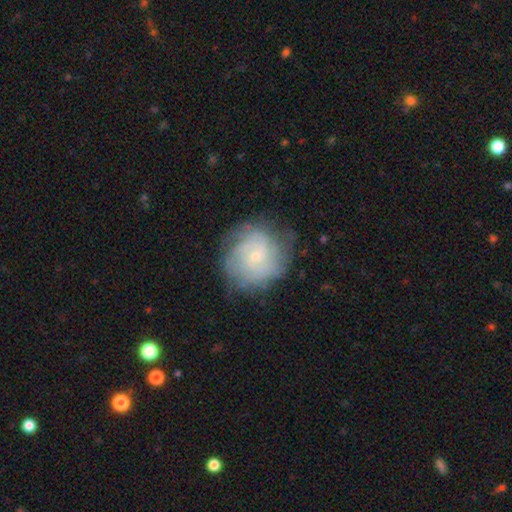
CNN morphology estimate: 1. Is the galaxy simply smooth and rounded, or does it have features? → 69% featured or disk, 23% smooth, 8% star or artifact.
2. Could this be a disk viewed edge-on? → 97% no, 3% yes.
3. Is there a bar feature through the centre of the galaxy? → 72% no, 24% weak, 4% strong.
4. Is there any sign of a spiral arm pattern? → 89% yes, 11% no.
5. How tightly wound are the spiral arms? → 65% tight, 27% medium, 8% loose.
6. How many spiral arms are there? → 46% can't tell, 15% 2, 14% 3, 13% 4, 6% more than 4, 5% 1.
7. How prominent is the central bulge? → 78% small, 17% moderate, 3% none, 1% large, 1% dominant.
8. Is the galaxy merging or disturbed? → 74% none, 18% minor disturbance, 8% major disturbance, 1% merger.